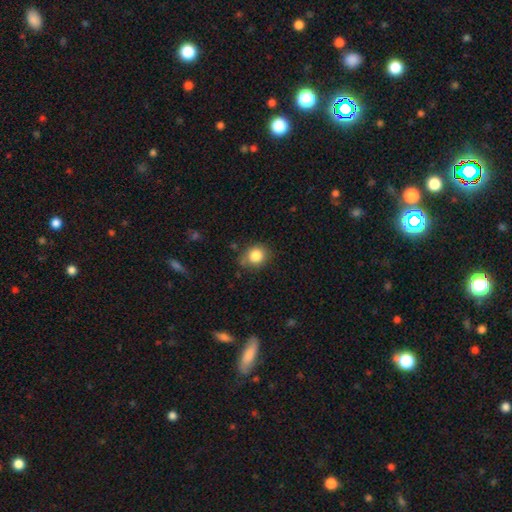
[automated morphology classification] Smooth or featured?
  - smooth: 84% *
  - star or artifact: 10%
  - featured or disk: 6%
How rounded?
  - round: 72% *
  - in between: 27%
  - cigar-shaped: 1%
Merging?
  - none: 74% *
  - minor disturbance: 19%
  - major disturbance: 4%
  - merger: 2%